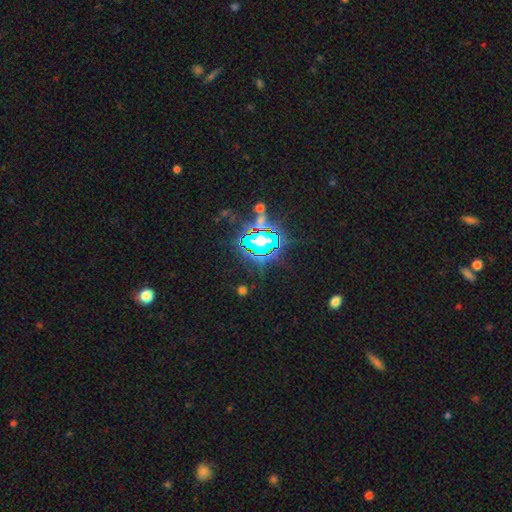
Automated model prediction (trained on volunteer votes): Smooth or featured? Predicted: star or artifact (p=0.83).